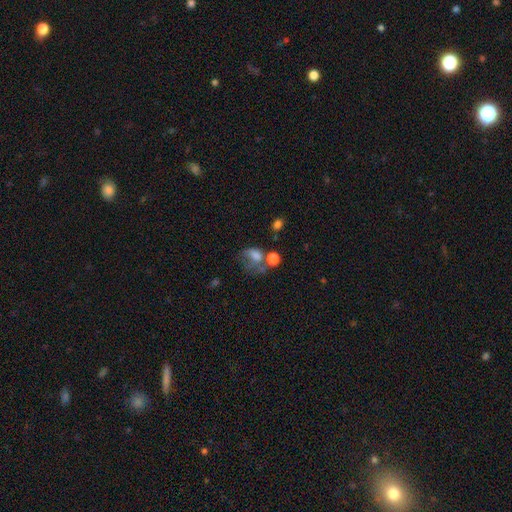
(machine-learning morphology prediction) A smooth galaxy with no disk features (61%) that is in between round and cigar-shaped (61%).

Vote fractions:
- Smooth or featured? smooth: 61% / featured or disk: 24% / star or artifact: 15%
- How rounded? in between: 61% / round: 37% / cigar-shaped: 1%
- Merging? major disturbance: 38% / merger: 25% / none: 20% / minor disturbance: 17%